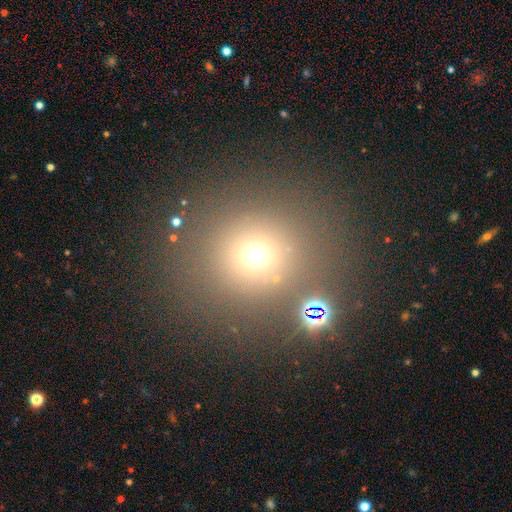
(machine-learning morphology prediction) This is likely a smooth galaxy (65%). How rounded: clearly round (89%). Merging: likely none (80%).